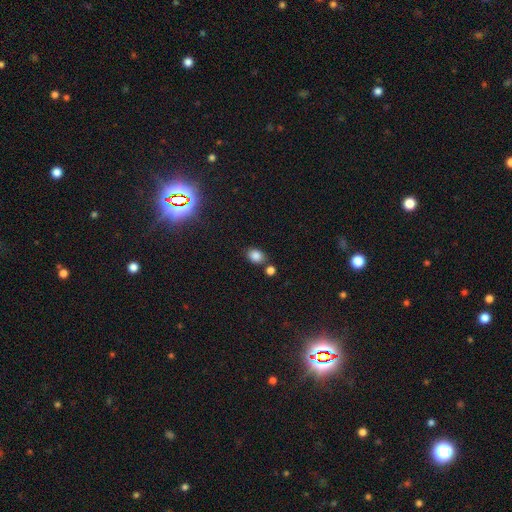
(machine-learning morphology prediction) Smooth or featured: smooth — 83% (star or artifact — 12%)
How rounded: in between — 66% (round — 33%)
Merging: none — 71% (merger — 13%)